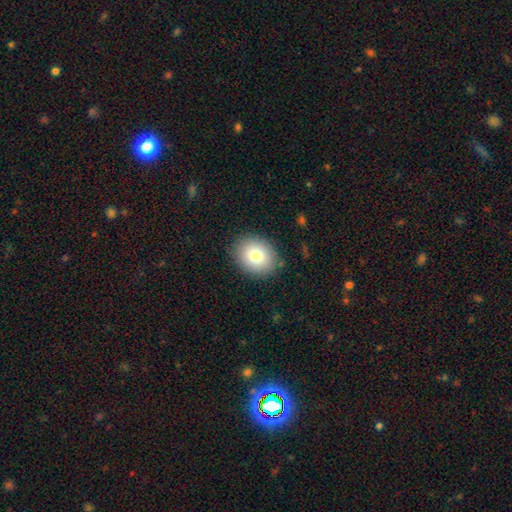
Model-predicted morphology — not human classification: Q: Smooth or featured?
A: smooth (78%); runner-up: featured or disk (12%)
Q: How rounded?
A: round (56%); runner-up: in between (43%)
Q: Merging?
A: none (87%); runner-up: minor disturbance (9%)